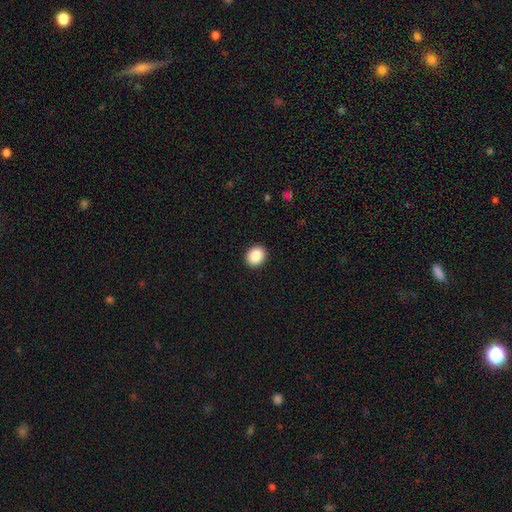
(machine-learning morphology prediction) smooth_or_featured: smooth (p=0.89) [alt: star or artifact p=0.08]
how_rounded: round (p=0.58) [alt: in between p=0.41]
merging: none (p=0.92) [alt: minor disturbance p=0.06]